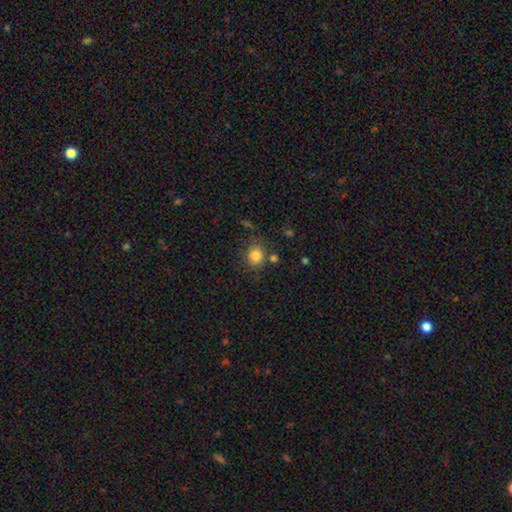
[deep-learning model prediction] A smooth galaxy with no disk features (82%) that is round (78%). Merging: none (77%).